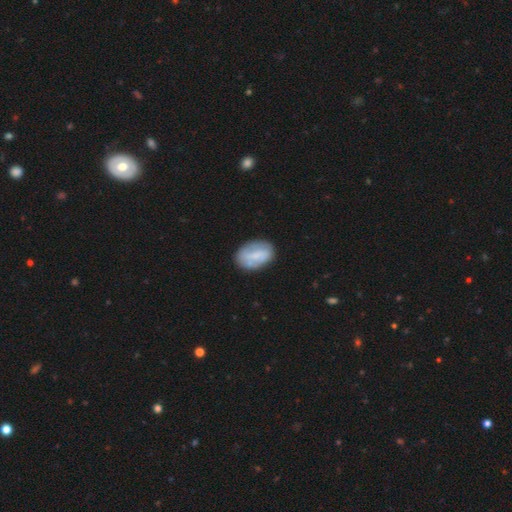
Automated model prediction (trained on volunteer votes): The model was most divided on "smooth or featured": smooth: 62%, featured or disk: 31%, star or artifact: 7%. More confident: how rounded — in between (83%); merging — none (72%).